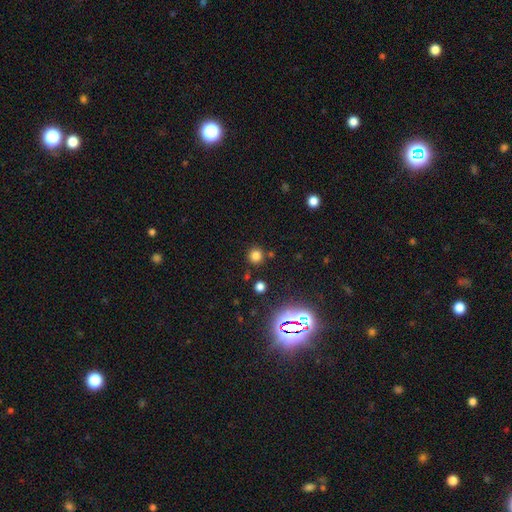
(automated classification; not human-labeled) Smooth or featured? Predicted: smooth (p=0.76). How rounded? Predicted: round (p=0.93). Merging? Predicted: none (p=0.85).